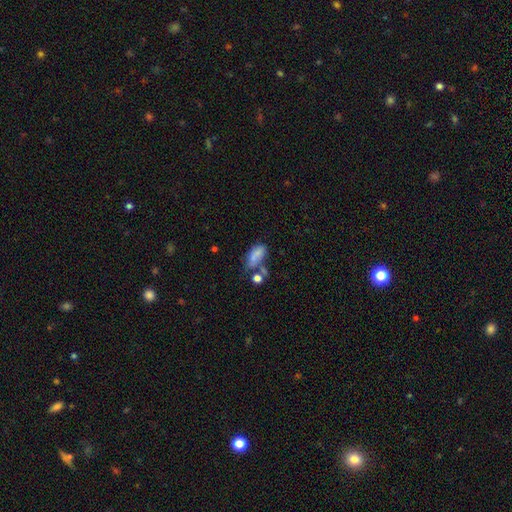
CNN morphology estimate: type=smooth (70%); roundness=in between (87%); merging=none (31%).